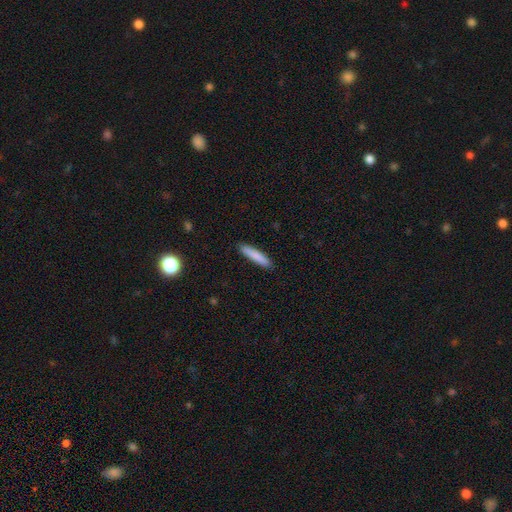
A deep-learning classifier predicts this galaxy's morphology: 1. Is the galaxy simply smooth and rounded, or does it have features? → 85% smooth, 9% featured or disk, 6% star or artifact.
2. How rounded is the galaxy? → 89% cigar-shaped, 10% in between, 1% round.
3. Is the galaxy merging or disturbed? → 91% none, 7% minor disturbance, 1% major disturbance, 1% merger.